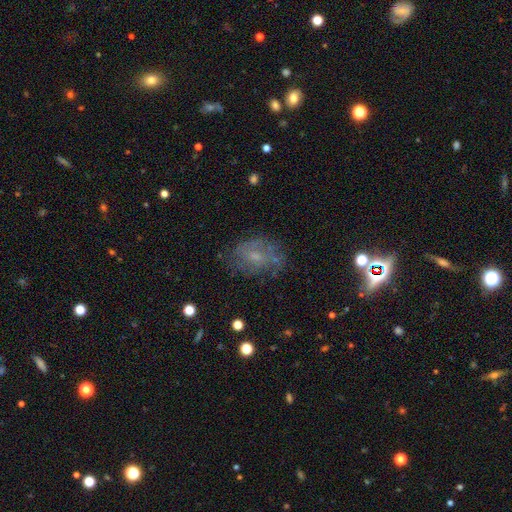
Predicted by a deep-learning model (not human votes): Smooth or featured? Predicted: featured or disk (p=0.48). Merging? Predicted: none (p=0.61).